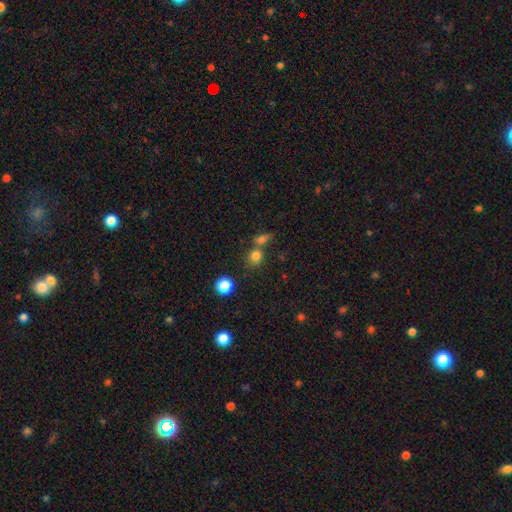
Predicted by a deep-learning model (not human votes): A smooth galaxy with no disk features (78%) that is round (73%). Merging: none (55%).